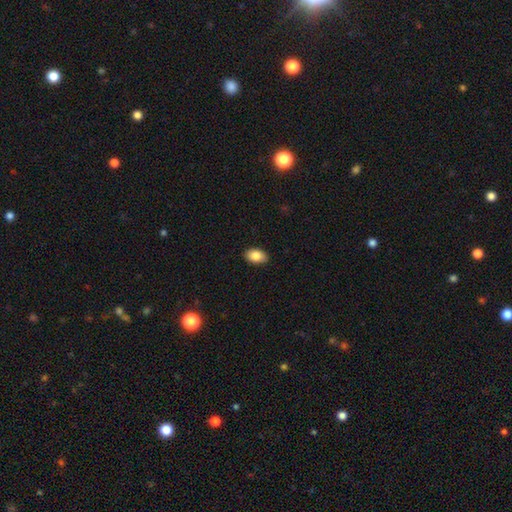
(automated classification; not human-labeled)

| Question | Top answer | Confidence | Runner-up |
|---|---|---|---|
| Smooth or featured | smooth | 86% | star or artifact (7%) |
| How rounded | in between | 91% | round (7%) |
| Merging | none | 89% | minor disturbance (9%) |